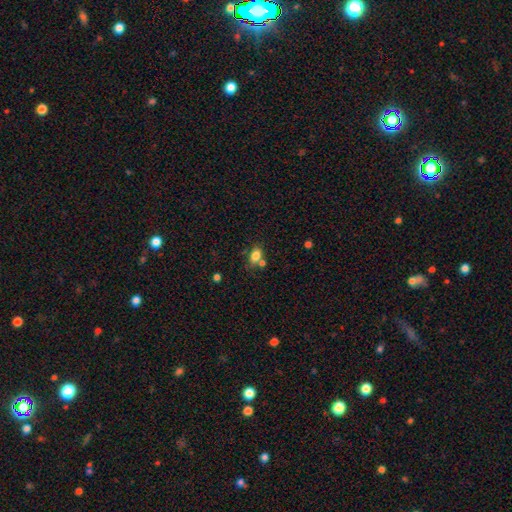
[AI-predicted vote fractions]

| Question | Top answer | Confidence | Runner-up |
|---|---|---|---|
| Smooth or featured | smooth | 80% | star or artifact (11%) |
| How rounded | in between | 79% | round (19%) |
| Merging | none | 57% | merger (22%) |